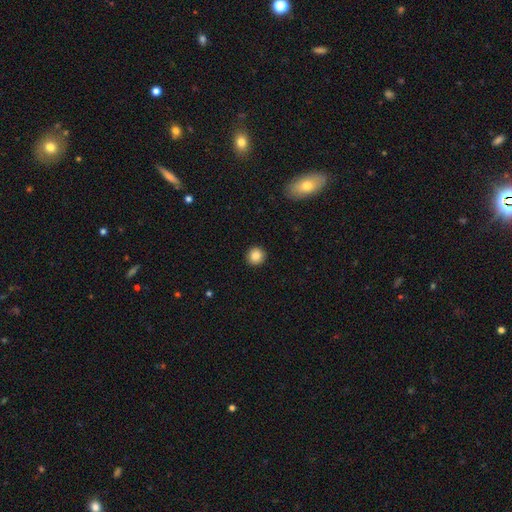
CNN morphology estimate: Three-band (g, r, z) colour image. It shows a smooth galaxy with no disk features (85%) that is round (93%). Merging: none (92%).